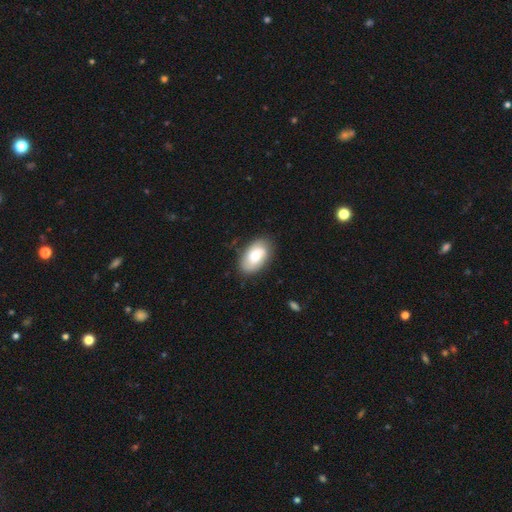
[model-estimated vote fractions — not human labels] The model was most divided on "smooth or featured": smooth: 59%, featured or disk: 34%, star or artifact: 6%. More confident: how rounded — in between (93%); merging — none (80%).